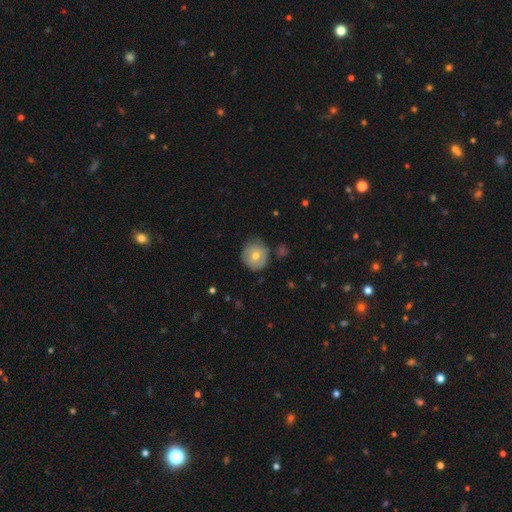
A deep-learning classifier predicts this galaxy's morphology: Smooth or featured? Predicted: smooth (p=0.65). How rounded? Predicted: round (p=0.91). Merging? Predicted: none (p=0.74).